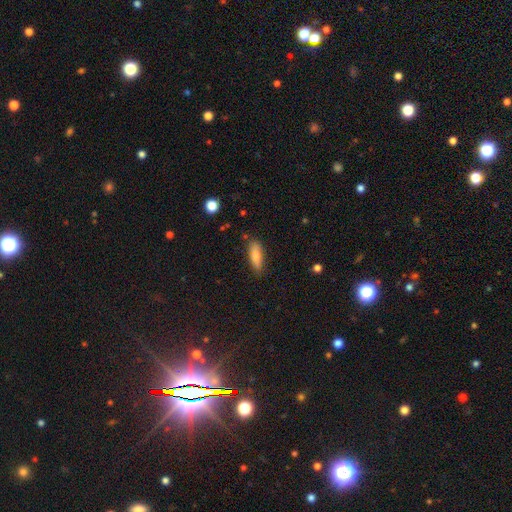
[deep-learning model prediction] This is likely a smooth galaxy (79%). How rounded: possibly in between (55%). Merging: clearly none (81%).